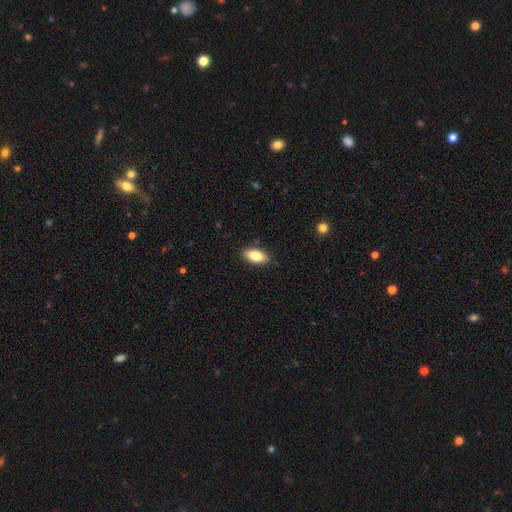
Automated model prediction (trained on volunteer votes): smooth 79%, featured or disk 14%, star or artifact 7%. Down the decision tree: how rounded — in between (88%); merging — none (88%).